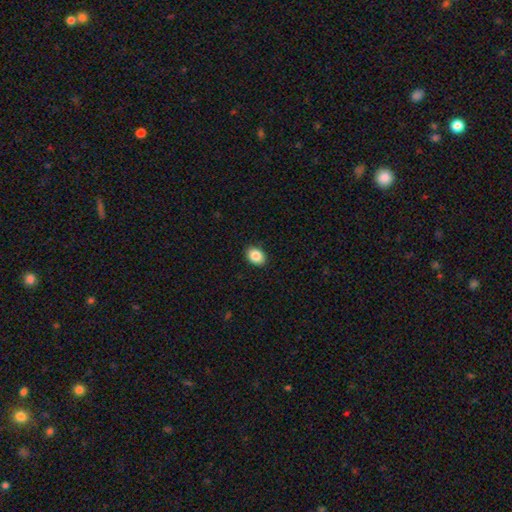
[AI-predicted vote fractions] Q: Smooth or featured?
A: smooth (87%); runner-up: star or artifact (8%)
Q: How rounded?
A: in between (73%); runner-up: round (26%)
Q: Merging?
A: none (90%); runner-up: minor disturbance (7%)